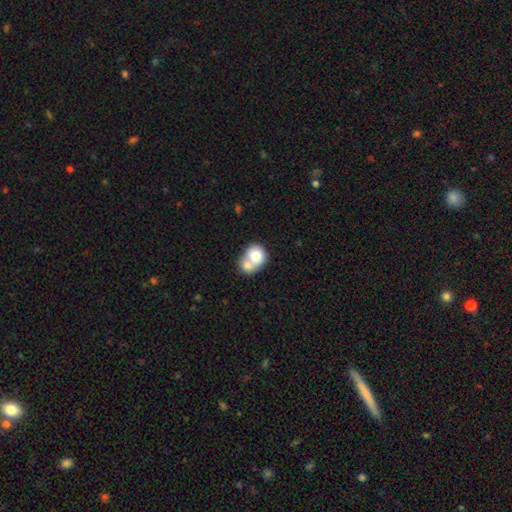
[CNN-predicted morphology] smooth 74%, featured or disk 19%, star or artifact 7%. Down the decision tree: how rounded — round (65%); merging — merger (69%).